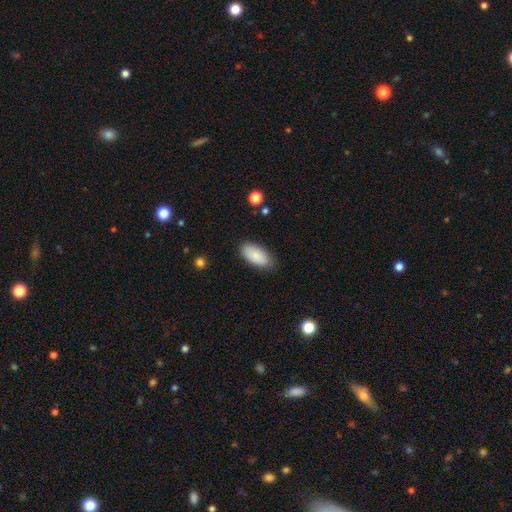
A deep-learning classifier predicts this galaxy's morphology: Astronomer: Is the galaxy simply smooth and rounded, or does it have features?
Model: smooth — 87%.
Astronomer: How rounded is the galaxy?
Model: in between — 92%.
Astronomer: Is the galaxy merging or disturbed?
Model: none — 83%.